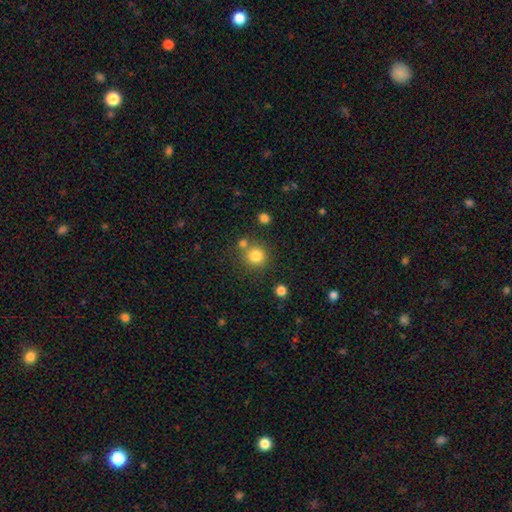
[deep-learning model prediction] Smooth or featured? Predicted: smooth (p=0.82). How rounded? Predicted: round (p=0.92). Merging? Predicted: none (p=0.76).